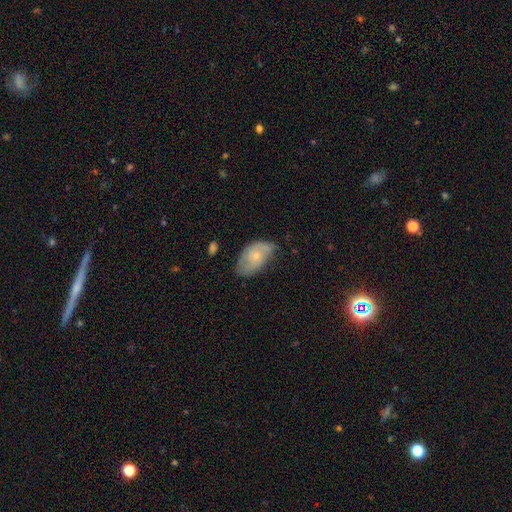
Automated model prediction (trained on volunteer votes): Smooth or featured? featured or disk (49%)
Merging? none (55%)